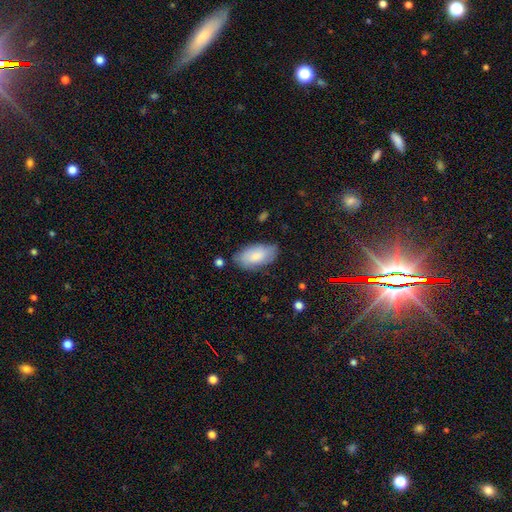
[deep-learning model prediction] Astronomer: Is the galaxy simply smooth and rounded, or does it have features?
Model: smooth — 81%.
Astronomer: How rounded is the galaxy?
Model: in between — 94%.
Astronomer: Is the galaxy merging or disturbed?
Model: none — 73%.